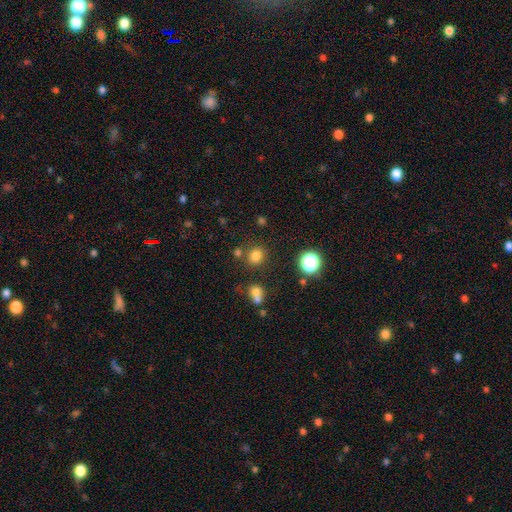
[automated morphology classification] Q: Smooth or featured?
A: smooth (76%); runner-up: star or artifact (18%)
Q: How rounded?
A: round (79%); runner-up: in between (20%)
Q: Merging?
A: none (78%); runner-up: merger (10%)